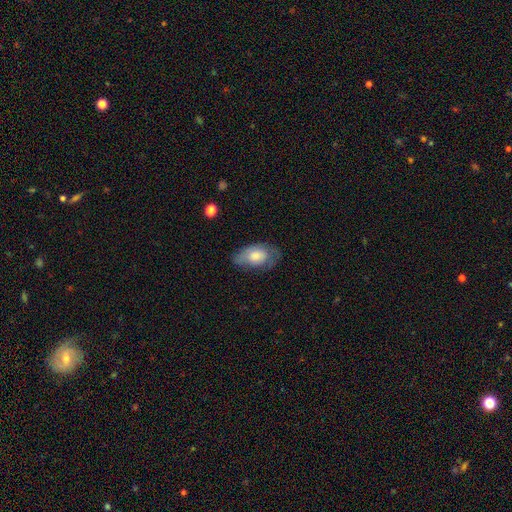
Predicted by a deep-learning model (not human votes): Smooth or featured? smooth (66%)
How rounded? in between (92%)
Merging? none (55%)